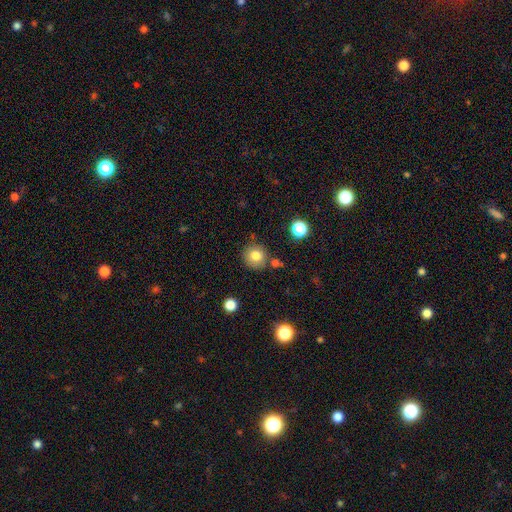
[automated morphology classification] Overall: smooth (79%). How rounded: round (90%). Merging: none (80%).